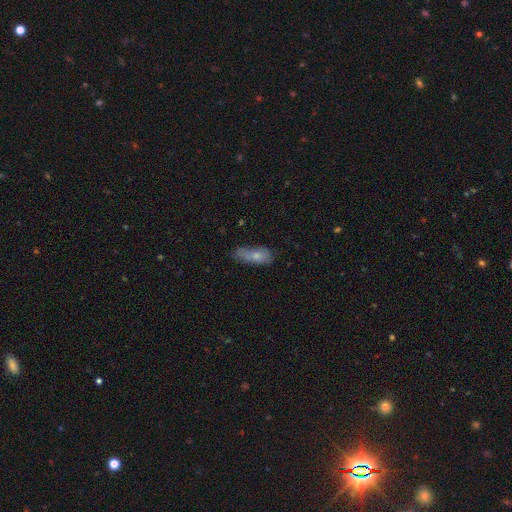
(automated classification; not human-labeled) The model was most divided on "merging": none: 43%, minor disturbance: 35%, major disturbance: 17%, merger: 6%. More confident: how rounded — in between (70%); smooth or featured — smooth (69%).